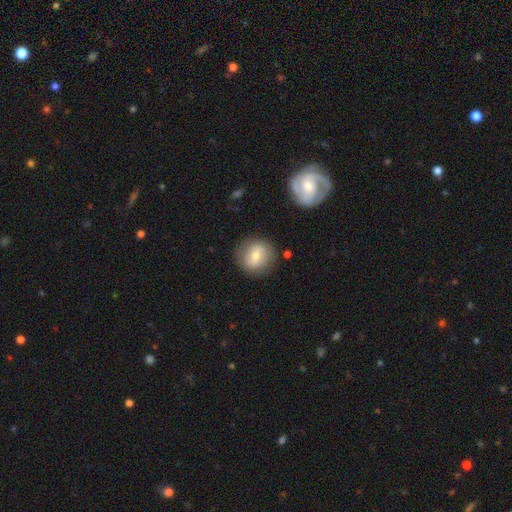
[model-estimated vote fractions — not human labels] Smooth or featured?
  - smooth: 64% *
  - featured or disk: 29%
  - star or artifact: 8%
How rounded?
  - round: 84% *
  - in between: 15%
  - cigar-shaped: 1%
Merging?
  - none: 82% *
  - minor disturbance: 12%
  - major disturbance: 4%
  - merger: 2%